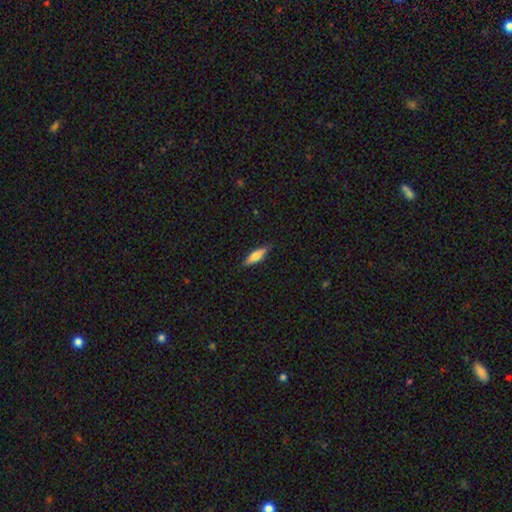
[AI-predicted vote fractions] smooth_or_featured: smooth (p=0.53) [alt: featured or disk p=0.41]
how_rounded: cigar-shaped (p=0.66) [alt: in between p=0.31]
merging: none (p=0.88) [alt: minor disturbance p=0.09]